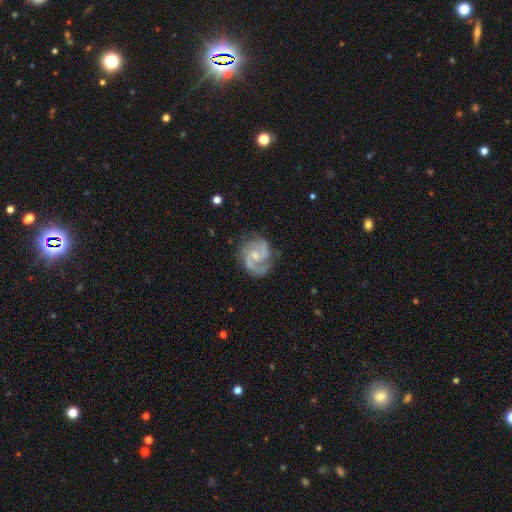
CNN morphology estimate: Q: Smooth or featured?
A: featured or disk (90%); runner-up: smooth (5%)
Q: Edge-on disk?
A: no (98%); runner-up: yes (2%)
Q: Bar?
A: no (51%); runner-up: weak (41%)
Q: Spiral arms?
A: yes (98%); runner-up: no (2%)
Q: Spiral winding?
A: medium (56%); runner-up: tight (31%)
Q: Spiral arm count?
A: 2 (82%); runner-up: 3 (9%)
Q: Bulge size?
A: small (59%); runner-up: moderate (34%)
Q: Merging?
A: none (75%); runner-up: minor disturbance (17%)